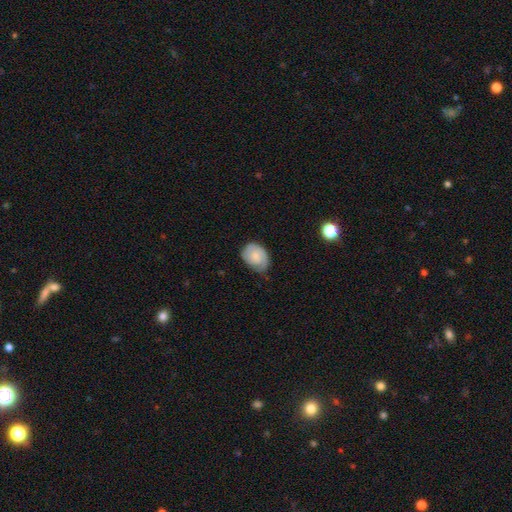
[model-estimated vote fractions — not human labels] This is possibly a smooth galaxy (50%). Merging: likely none (63%).